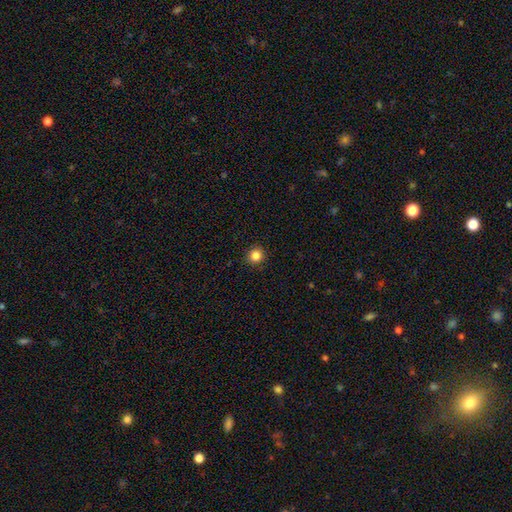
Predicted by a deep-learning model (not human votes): Q: Smooth or featured?
A: smooth (85%); runner-up: star or artifact (11%)
Q: How rounded?
A: round (92%); runner-up: in between (7%)
Q: Merging?
A: none (92%); runner-up: minor disturbance (6%)